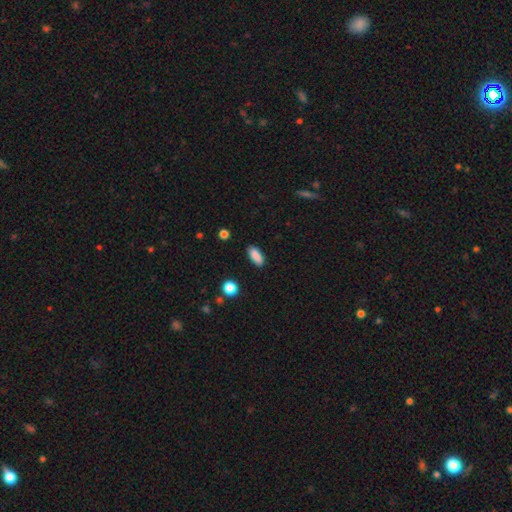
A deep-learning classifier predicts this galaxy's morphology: smooth-or-featured: smooth: 88% | star or artifact: 8% | featured or disk: 5%
  how-rounded: in between: 79% | cigar-shaped: 18% | round: 3%
  merging: none: 88% | minor disturbance: 9% | major disturbance: 2% | merger: 1%